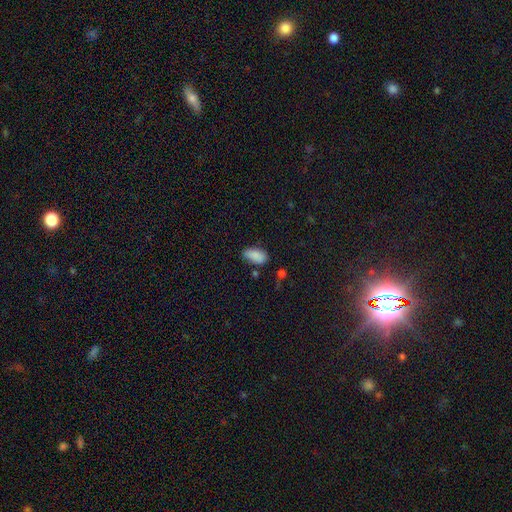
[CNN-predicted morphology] A smooth galaxy with no disk features (87%) that is in between round and cigar-shaped (92%).

Vote fractions:
- Smooth or featured? smooth: 87% / star or artifact: 8% / featured or disk: 5%
- How rounded? in between: 92% / cigar-shaped: 5% / round: 3%
- Merging? none: 67% / minor disturbance: 23% / merger: 5% / major disturbance: 5%